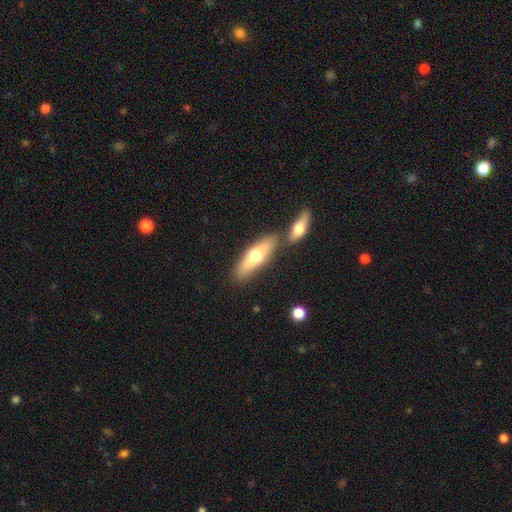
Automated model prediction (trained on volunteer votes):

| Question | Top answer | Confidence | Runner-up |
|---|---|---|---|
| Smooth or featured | smooth | 60% | featured or disk (34%) |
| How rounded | in between | 50% | cigar-shaped (47%) |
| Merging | none | 64% | merger (23%) |